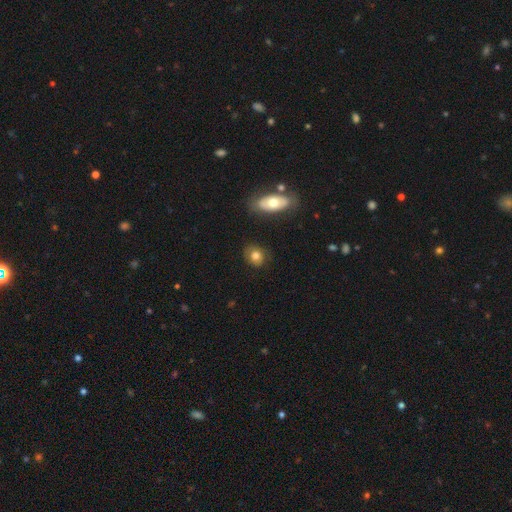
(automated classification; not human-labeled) A smooth galaxy with no disk features (76%) that is round (63%). Merging: none (78%).